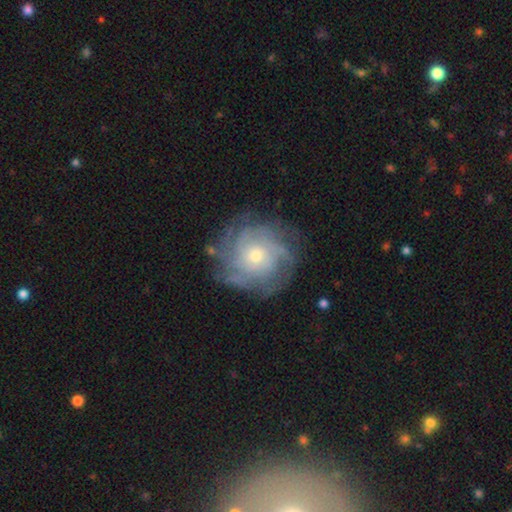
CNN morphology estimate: type=featured or disk (81%); edge-on=no (97%); bar=no (80%); spiral arms=yes (93%); winding=tight (67%); arm count=can't tell (36%); bulge=small (51%); merging=none (78%).